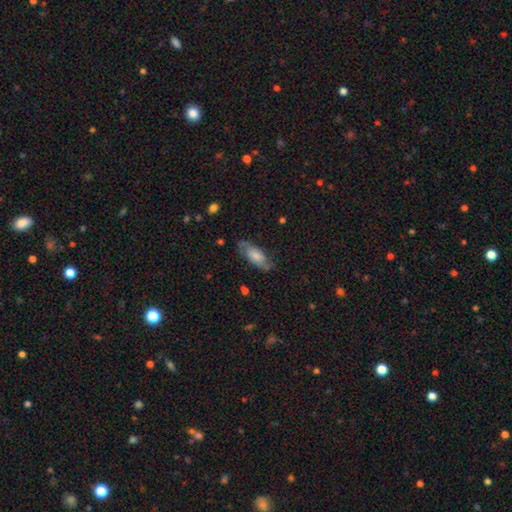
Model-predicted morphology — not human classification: Smooth or featured? smooth (49%)
Merging? none (73%)